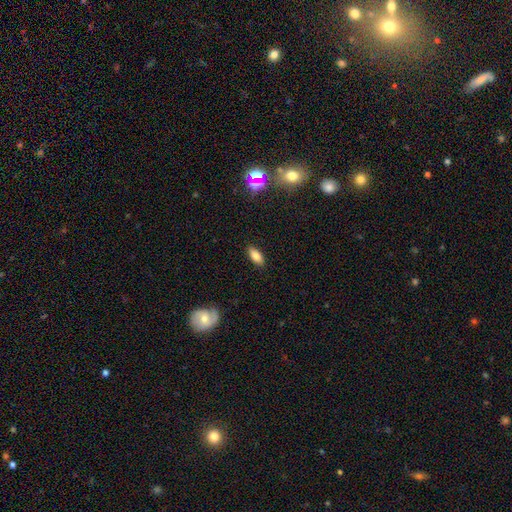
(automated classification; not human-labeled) This is clearly a smooth galaxy (82%). How rounded: clearly in between (85%). Merging: clearly none (88%).